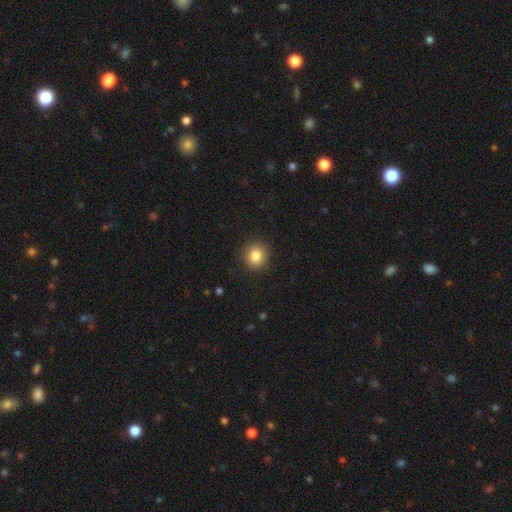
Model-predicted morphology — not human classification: A smooth galaxy with no disk features (85%) that is round (87%). Merging: none (90%).